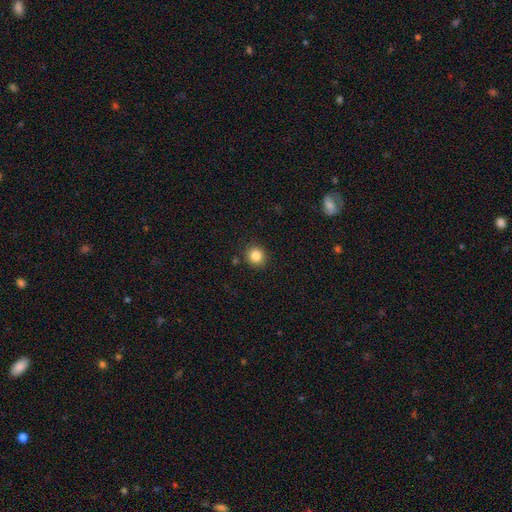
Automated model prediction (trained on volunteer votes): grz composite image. It shows a smooth galaxy with no disk features (84%) that is round (88%). Merging: none (90%).